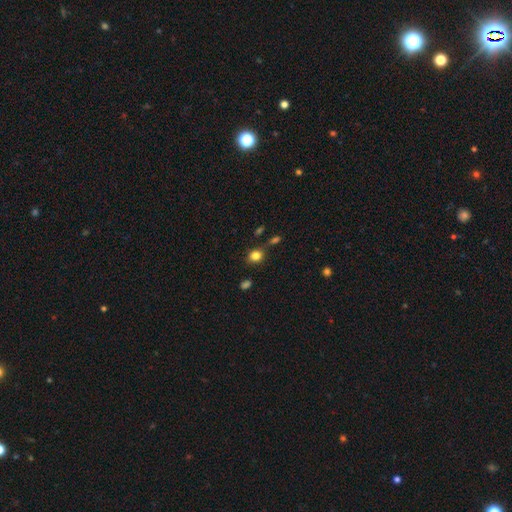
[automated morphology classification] smooth_or_featured: smooth (p=0.82) [alt: star or artifact p=0.12]
how_rounded: round (p=0.66) [alt: in between p=0.33]
merging: none (p=0.78) [alt: minor disturbance p=0.14]